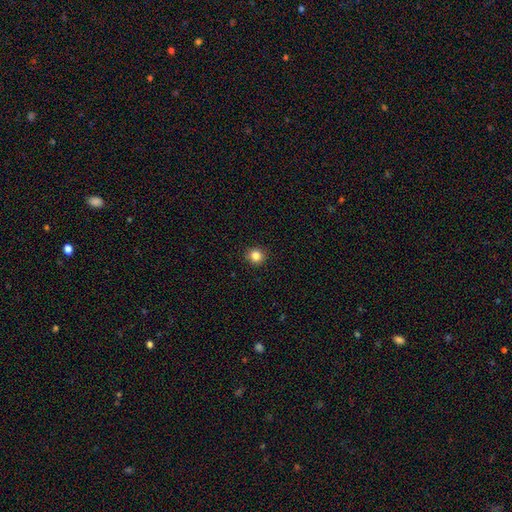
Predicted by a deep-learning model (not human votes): This is clearly a smooth galaxy (84%). How rounded: clearly round (90%). Merging: clearly none (92%).